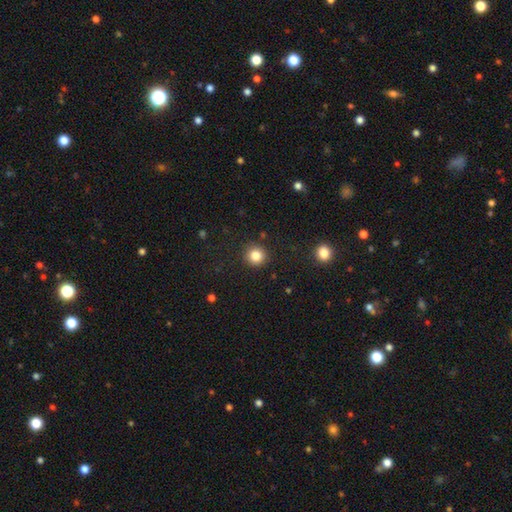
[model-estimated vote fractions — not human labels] Smooth or featured: smooth — 83% (star or artifact — 11%)
How rounded: round — 93% (in between — 6%)
Merging: none — 91% (minor disturbance — 6%)